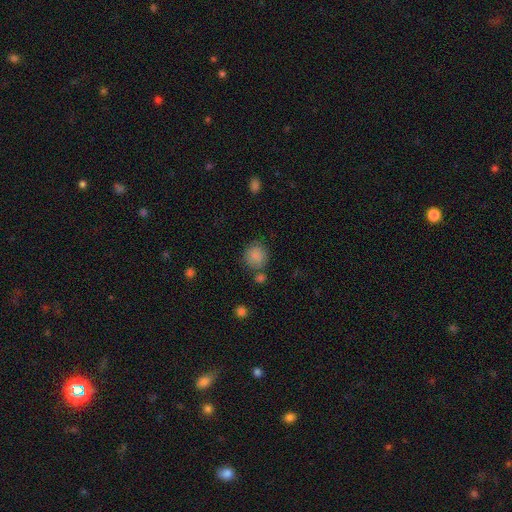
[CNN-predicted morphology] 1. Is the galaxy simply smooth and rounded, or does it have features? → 85% smooth, 9% star or artifact, 6% featured or disk.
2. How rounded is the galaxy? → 85% round, 14% in between, 1% cigar-shaped.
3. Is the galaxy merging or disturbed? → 71% none, 13% minor disturbance, 11% merger, 4% major disturbance.